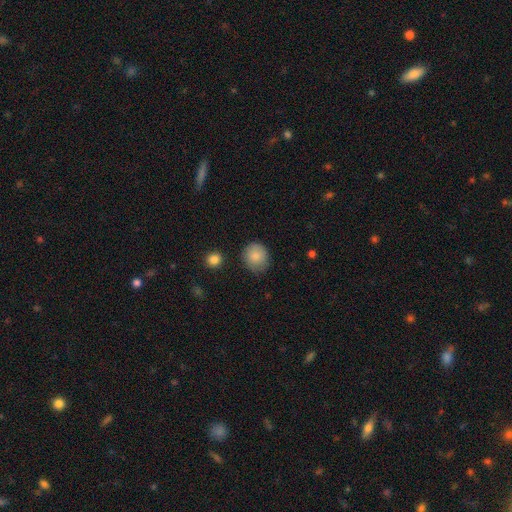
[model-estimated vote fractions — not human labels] Morphology: type=smooth (86%); roundness=round (82%); merging=none (79%).